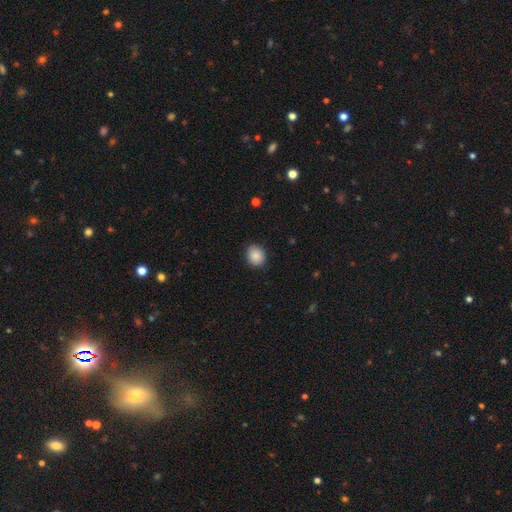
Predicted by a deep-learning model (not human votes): Smooth or featured? smooth (88%)
How rounded? round (61%)
Merging? none (88%)